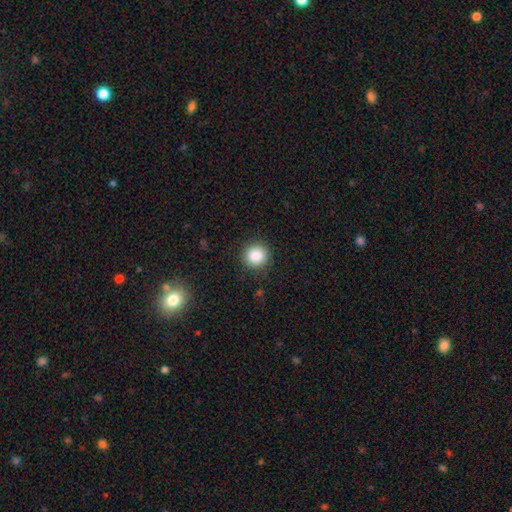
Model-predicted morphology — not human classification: This is clearly a smooth galaxy (86%). How rounded: clearly round (92%). Merging: clearly none (90%).